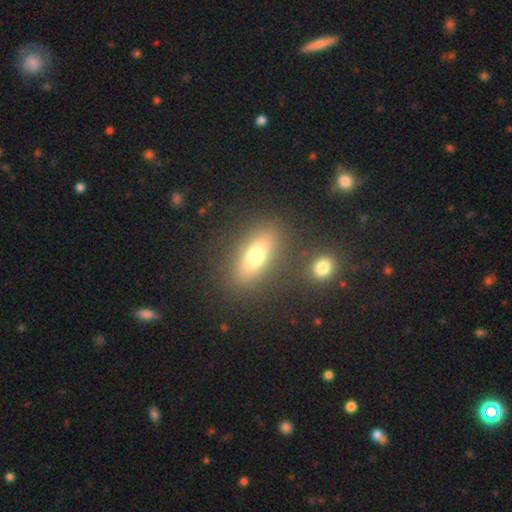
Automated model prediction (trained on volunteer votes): This appears to be a smooth galaxy with no disk features (68%) that is in between round and cigar-shaped (67%). Merging: none (82%).